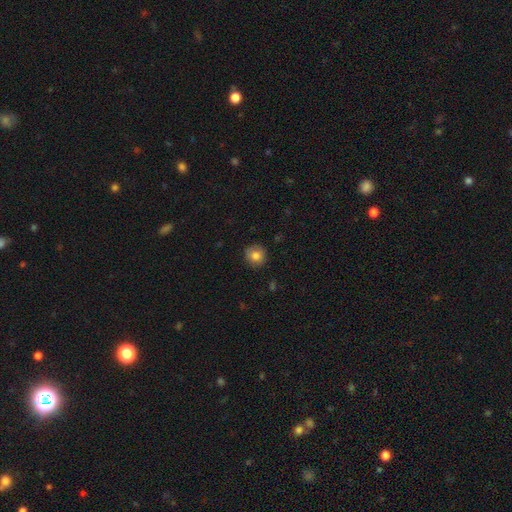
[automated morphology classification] This is clearly a smooth galaxy (81%). How rounded: clearly round (92%). Merging: clearly none (88%).